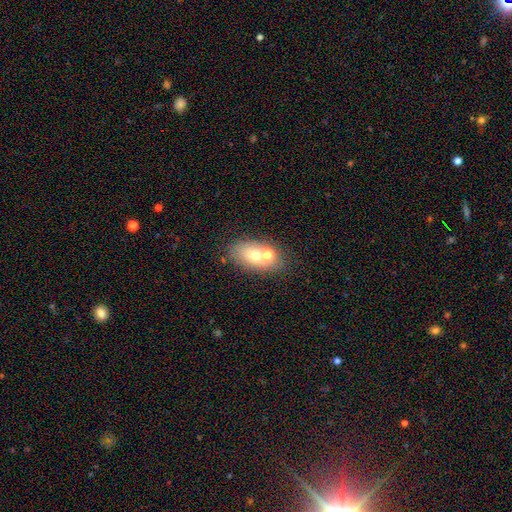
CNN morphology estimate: smooth 61%, featured or disk 27%, star or artifact 12%. Down the decision tree: how rounded — in between (79%); merging — none (51%).